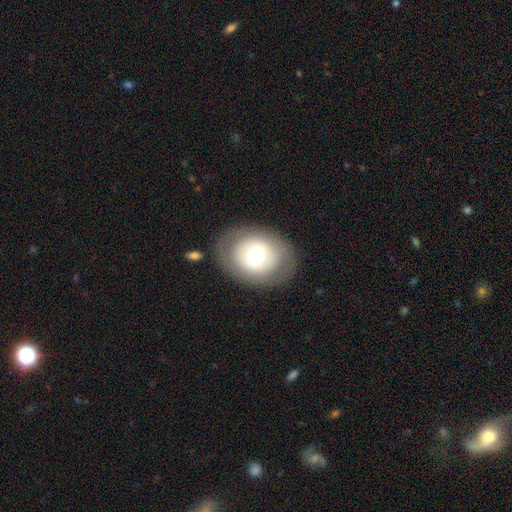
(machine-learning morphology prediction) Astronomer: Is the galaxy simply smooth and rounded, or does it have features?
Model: smooth — 58% (runner-up: featured or disk, 35%).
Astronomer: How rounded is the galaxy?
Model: in between — 62% (runner-up: round, 38%).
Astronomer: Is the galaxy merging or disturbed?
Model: none — 82%.